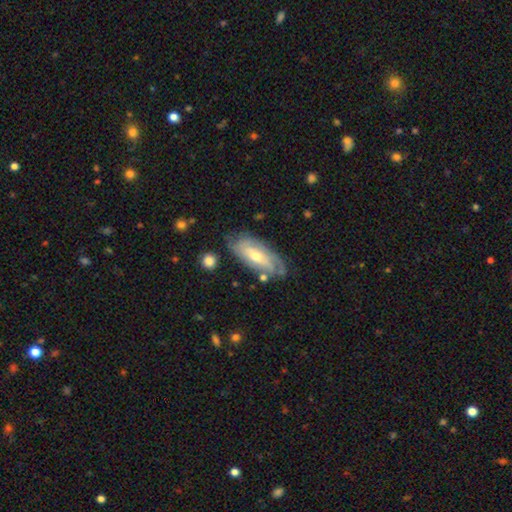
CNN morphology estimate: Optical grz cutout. It shows a featured or disk galaxy (71%) with no bar (58%), tight (63%) spiral arms (83%) and a moderate central bulge (57%). Merging: none (70%).